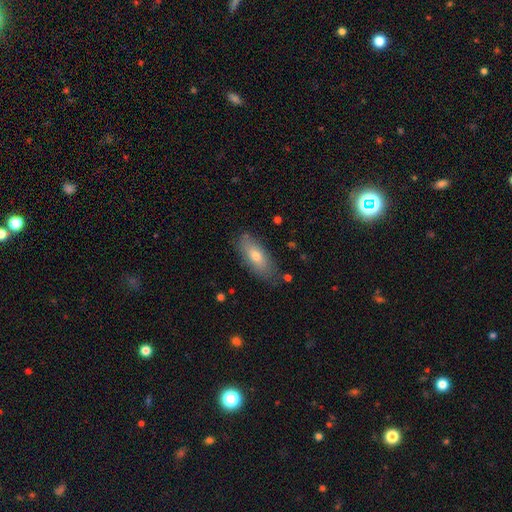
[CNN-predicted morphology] Smooth or featured? Predicted: smooth (p=0.70). How rounded? Predicted: in between (p=0.75). Merging? Predicted: none (p=0.80).